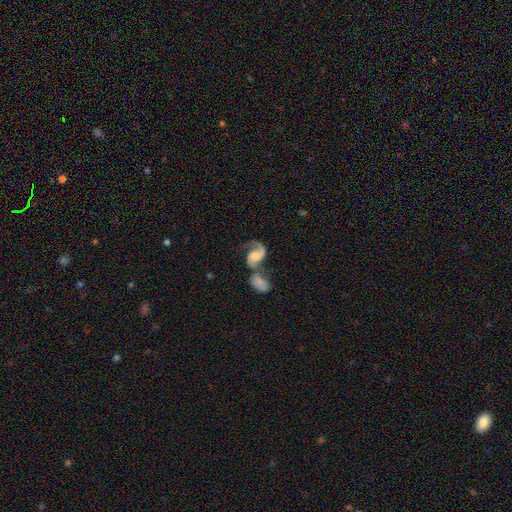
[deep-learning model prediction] This is likely a featured or disk galaxy (78%). It is clearly not viewed edge-on (97%). Bar: likely no (62%). Spiral arm pattern: clearly yes (94%). Spiral arm count: possibly 2 (60%). Spiral winding: possibly loose (47%). Central bulge: marginally moderate (31%). Merging: likely merger (61%).